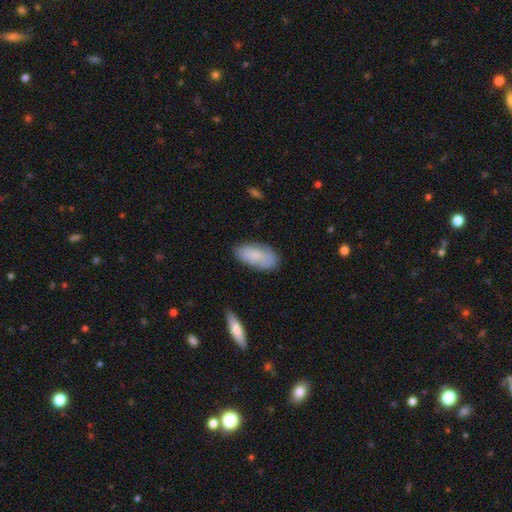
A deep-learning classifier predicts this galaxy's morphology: smooth_or_featured: smooth (p=0.78) [alt: featured or disk p=0.16]
how_rounded: in between (p=0.91) [alt: cigar-shaped p=0.07]
merging: none (p=0.72) [alt: minor disturbance p=0.21]